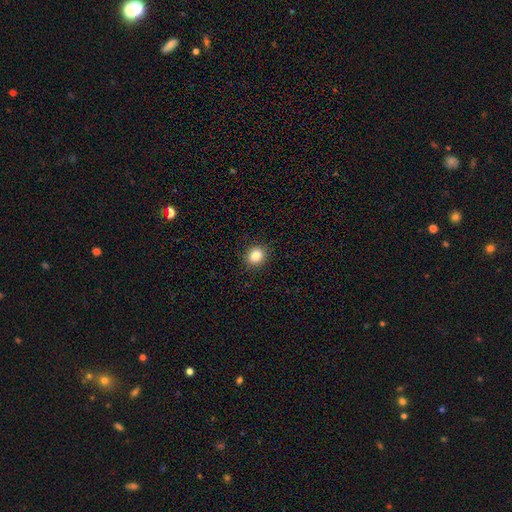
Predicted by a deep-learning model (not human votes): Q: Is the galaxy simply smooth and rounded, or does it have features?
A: smooth — 84%.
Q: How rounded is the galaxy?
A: round — 75%.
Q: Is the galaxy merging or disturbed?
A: none — 90%.